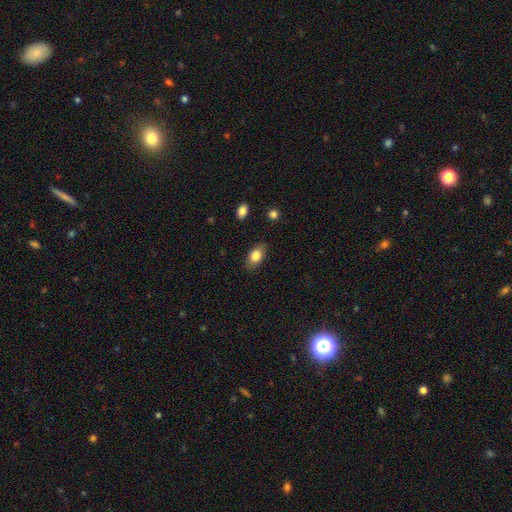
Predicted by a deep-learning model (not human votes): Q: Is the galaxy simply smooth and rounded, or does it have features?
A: smooth — 83%.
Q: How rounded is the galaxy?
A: in between — 89%.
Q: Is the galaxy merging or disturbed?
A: none — 83%.